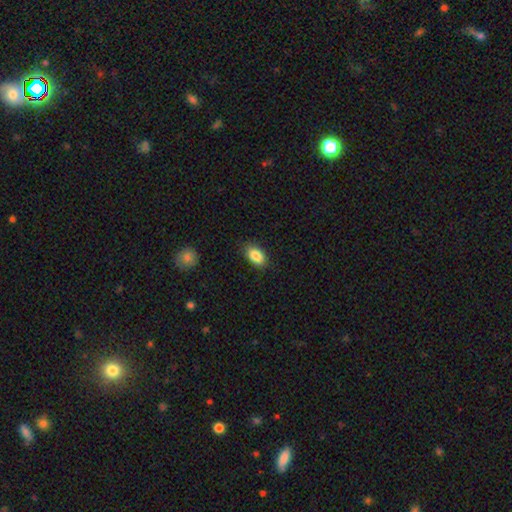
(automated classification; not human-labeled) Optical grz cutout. It shows a smooth galaxy with no disk features (86%) that is in between round and cigar-shaped (89%). Merging: none (84%).